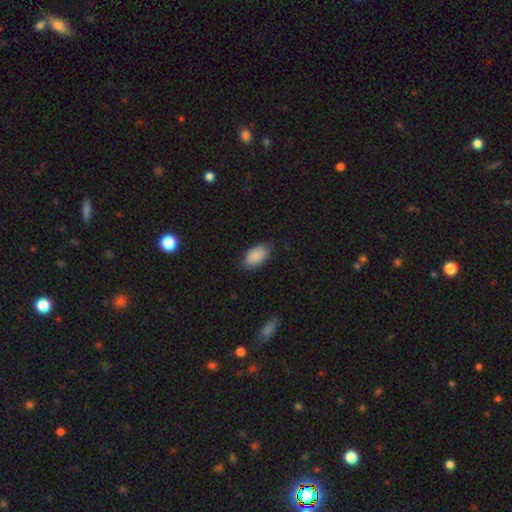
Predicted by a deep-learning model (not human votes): smooth_or_featured: smooth (p=0.89) [alt: star or artifact p=0.07]
how_rounded: in between (p=0.94) [alt: round p=0.04]
merging: none (p=0.79) [alt: minor disturbance p=0.17]